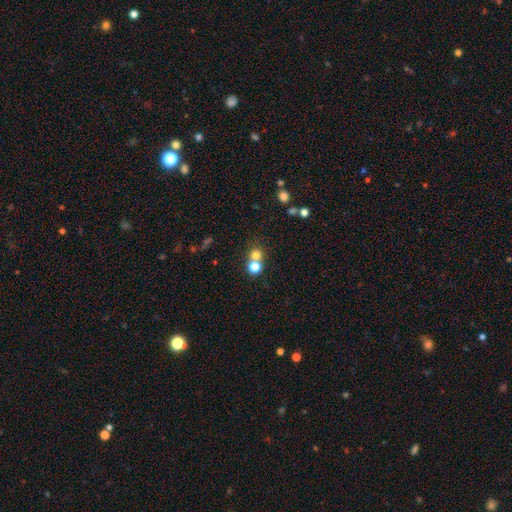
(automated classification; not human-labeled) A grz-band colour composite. It shows a smooth galaxy with no disk features (72%) that is round (86%). Merging: none (51%).